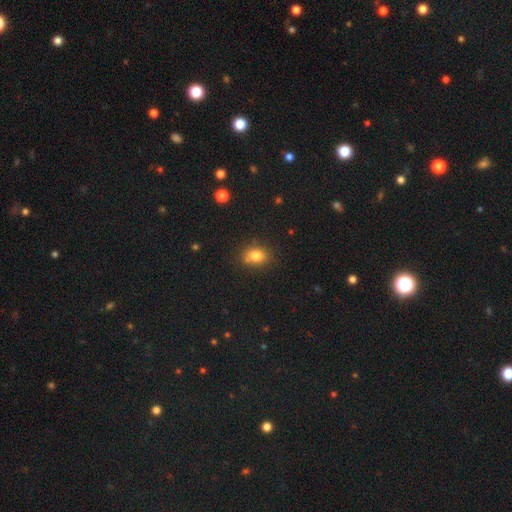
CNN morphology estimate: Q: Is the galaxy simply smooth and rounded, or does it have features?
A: smooth — 80%.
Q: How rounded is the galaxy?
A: in between — 62%.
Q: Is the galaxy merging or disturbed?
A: none — 70%.